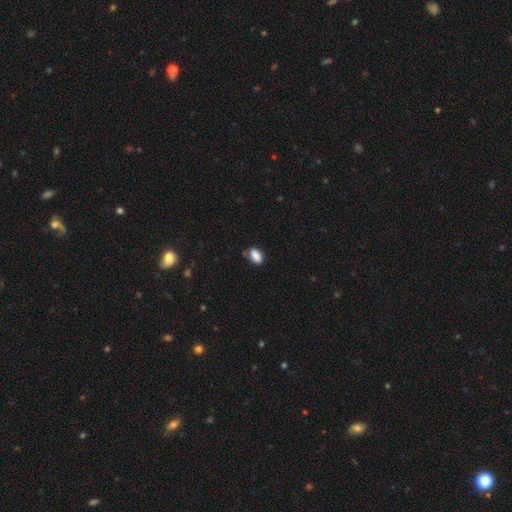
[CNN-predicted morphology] The model was most divided on "merging": none: 70%, minor disturbance: 22%, merger: 4%, major disturbance: 4%. More confident: how rounded — in between (90%); smooth or featured — smooth (87%).